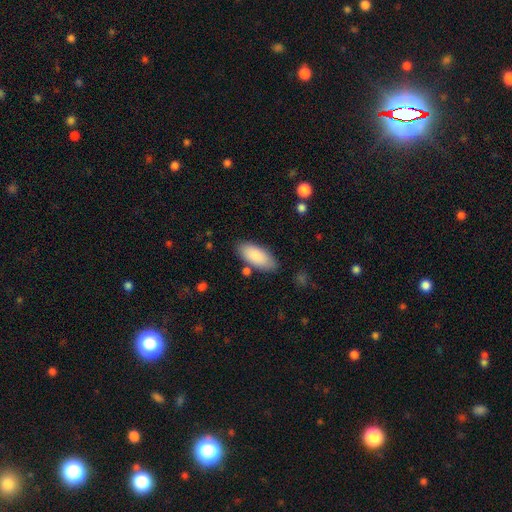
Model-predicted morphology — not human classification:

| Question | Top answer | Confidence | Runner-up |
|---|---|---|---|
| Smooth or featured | smooth | 86% | featured or disk (8%) |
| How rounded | in between | 87% | cigar-shaped (11%) |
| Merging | none | 81% | minor disturbance (12%) |